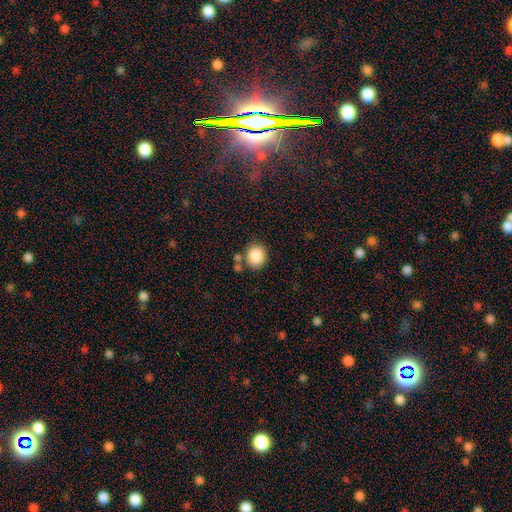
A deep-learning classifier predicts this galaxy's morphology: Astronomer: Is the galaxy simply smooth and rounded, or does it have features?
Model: smooth — 87%.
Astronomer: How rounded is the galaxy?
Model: round — 81%.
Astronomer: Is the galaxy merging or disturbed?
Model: none — 78%.